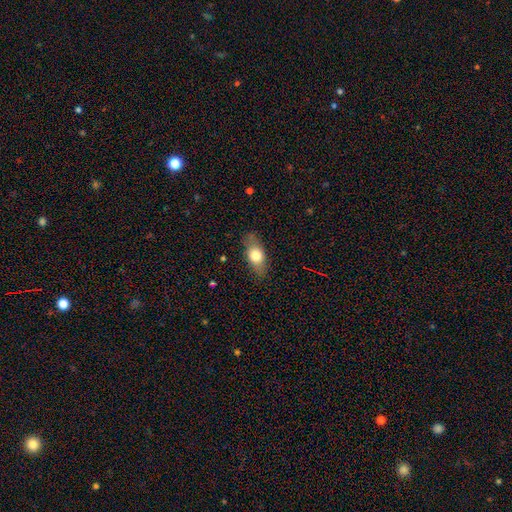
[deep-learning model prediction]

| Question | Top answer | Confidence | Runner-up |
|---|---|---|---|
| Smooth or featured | smooth | 71% | featured or disk (22%) |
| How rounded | in between | 79% | cigar-shaped (11%) |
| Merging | none | 80% | minor disturbance (15%) |